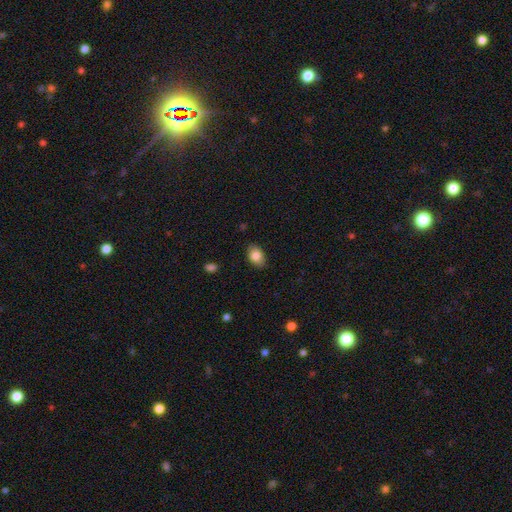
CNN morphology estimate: Overall: smooth (84%). How rounded: in between (83%). Merging: none (83%).